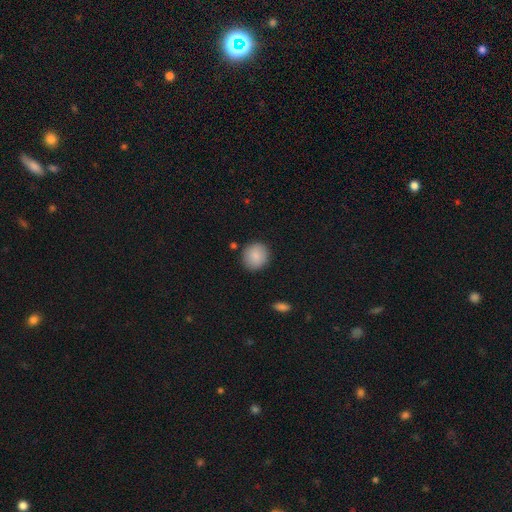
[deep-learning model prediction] Overall: smooth (88%). How rounded: round (88%). Merging: none (88%).